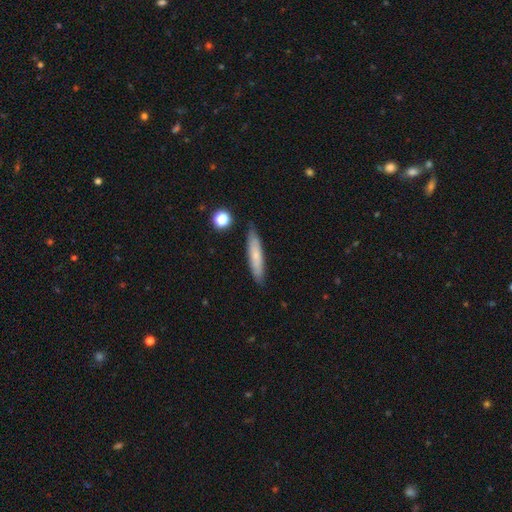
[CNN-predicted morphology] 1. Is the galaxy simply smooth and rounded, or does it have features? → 68% smooth, 25% featured or disk, 7% star or artifact.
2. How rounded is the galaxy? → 85% cigar-shaped, 13% in between, 2% round.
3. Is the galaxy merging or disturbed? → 85% none, 11% minor disturbance, 2% major disturbance, 2% merger.